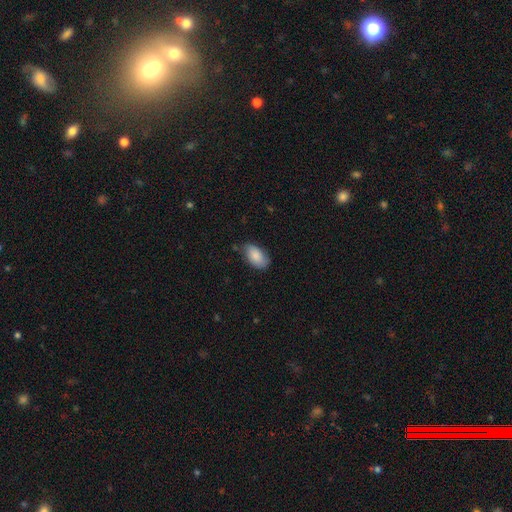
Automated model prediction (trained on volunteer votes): A smooth galaxy with no disk features (84%) that is in between round and cigar-shaped (94%). Merging: none (69%).